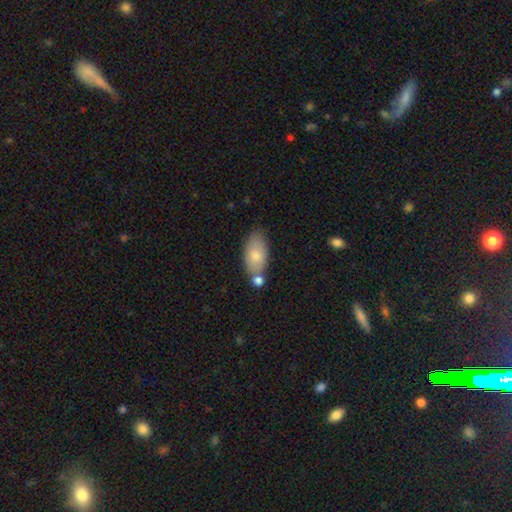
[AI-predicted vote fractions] This appears to be a smooth galaxy with no disk features (77%) that is in between round and cigar-shaped (93%). Merging: none (58%).